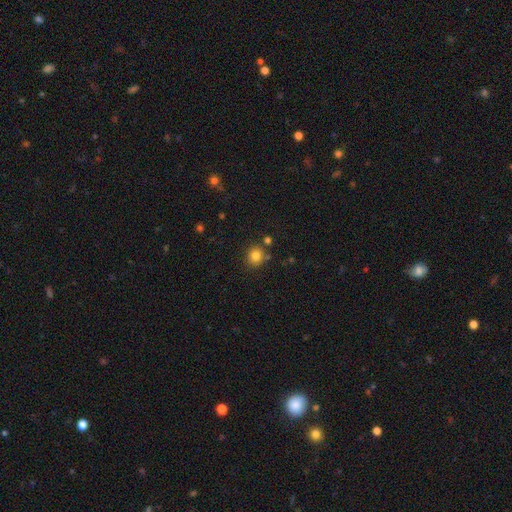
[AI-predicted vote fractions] Smooth or featured? Predicted: smooth (p=0.82). How rounded? Predicted: round (p=0.85). Merging? Predicted: none (p=0.80).